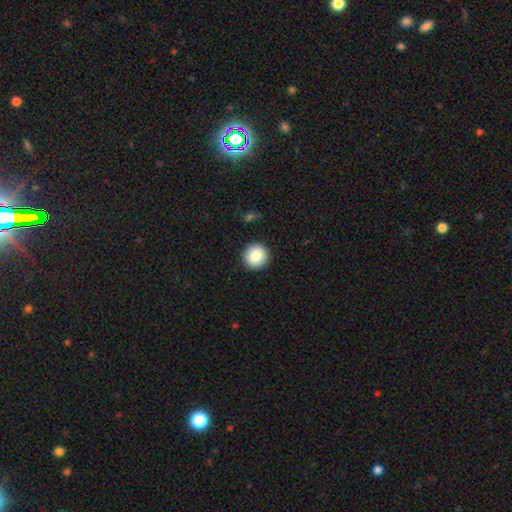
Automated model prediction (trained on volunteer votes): Smooth or featured? smooth (84%)
How rounded? round (95%)
Merging? none (92%)